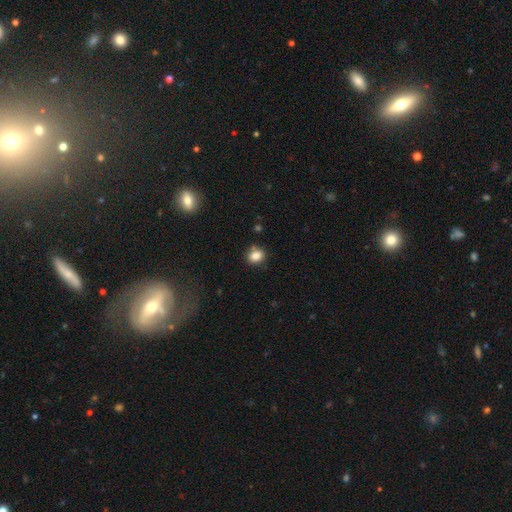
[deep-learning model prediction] The model was most divided on "how rounded": round: 59%, in between: 40%, cigar-shaped: 1%. More confident: smooth or featured — smooth (84%); merging — none (76%).